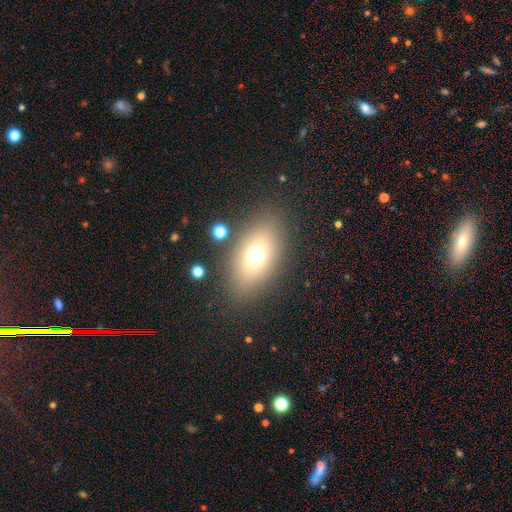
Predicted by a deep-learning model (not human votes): Smooth or featured?
  - smooth: 67% *
  - featured or disk: 17%
  - star or artifact: 16%
How rounded?
  - in between: 80% *
  - round: 18%
  - cigar-shaped: 3%
Merging?
  - none: 82% *
  - minor disturbance: 10%
  - major disturbance: 6%
  - merger: 3%